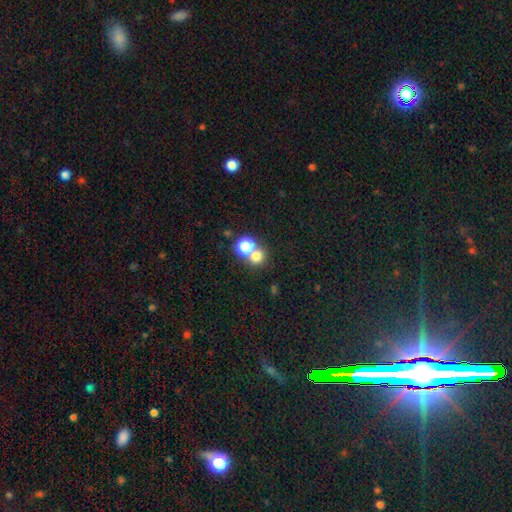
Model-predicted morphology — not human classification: smooth-or-featured: smooth: 71% | star or artifact: 20% | featured or disk: 9%
  how-rounded: round: 83% | in between: 16% | cigar-shaped: 1%
  merging: none: 52% | merger: 39% | minor disturbance: 6% | major disturbance: 3%